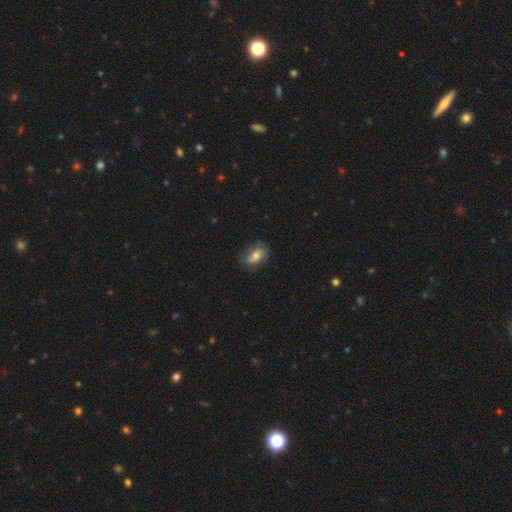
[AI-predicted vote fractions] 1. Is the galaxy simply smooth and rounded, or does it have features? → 47% smooth, 44% featured or disk, 9% star or artifact.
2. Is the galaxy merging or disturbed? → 72% none, 20% minor disturbance, 7% major disturbance, 1% merger.